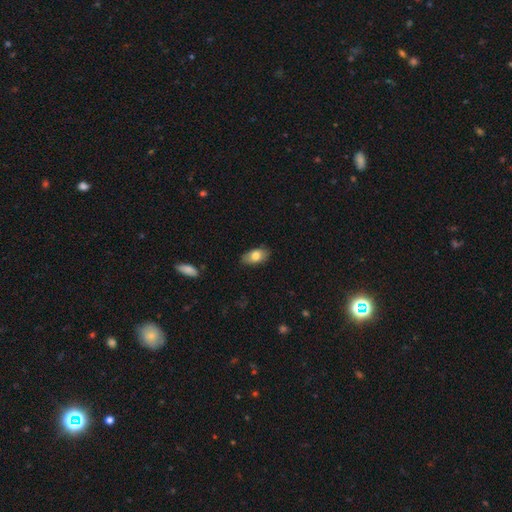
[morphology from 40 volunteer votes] smooth 80%, featured or disk 18%, star or artifact 2%. Down the decision tree: how rounded — in between (97%); merging — none (67%).